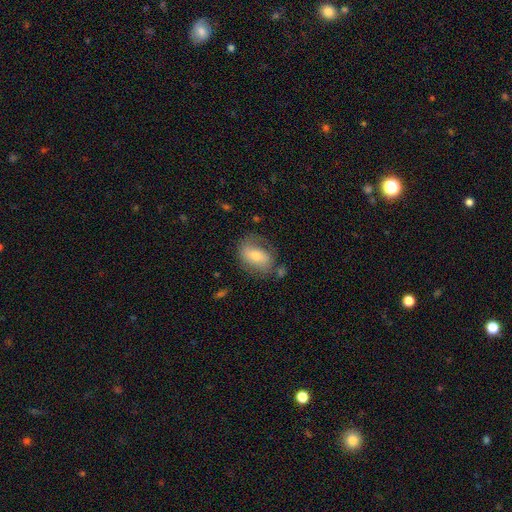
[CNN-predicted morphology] smooth 54%, featured or disk 37%, star or artifact 8%. Down the decision tree: how rounded — in between (79%); merging — none (61%).